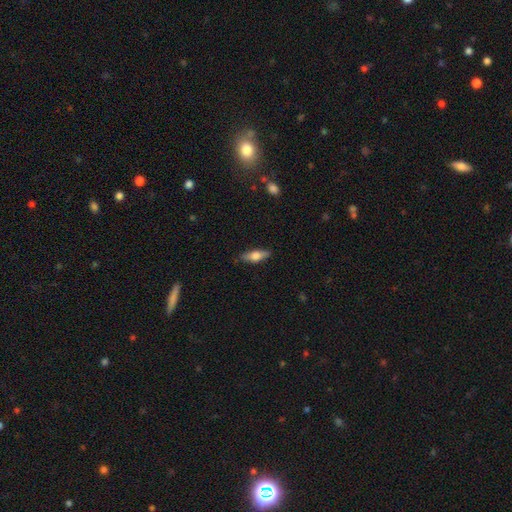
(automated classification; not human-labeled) A smooth galaxy with no disk features (57%) that is in between round and cigar-shaped (56%). Merging: none (85%).